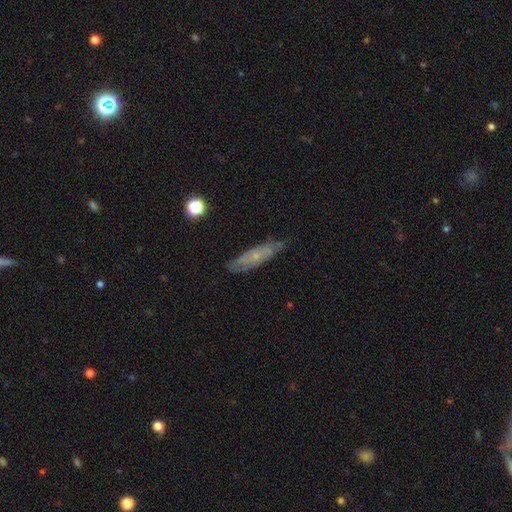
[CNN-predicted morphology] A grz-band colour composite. It shows a featured or disk galaxy (53%). Merging: none (73%).